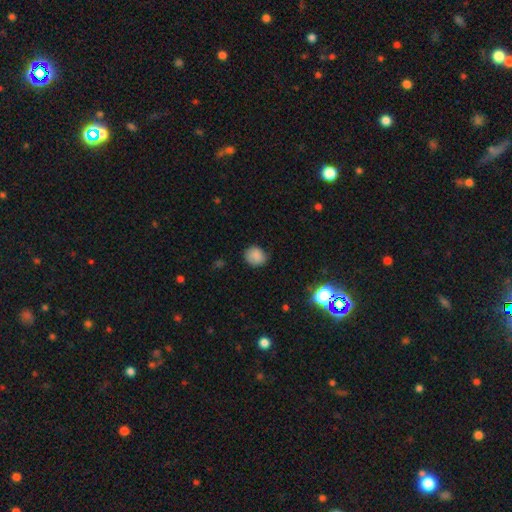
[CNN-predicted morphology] smooth 84%, star or artifact 10%, featured or disk 6%. Down the decision tree: how rounded — round (75%); merging — none (71%).